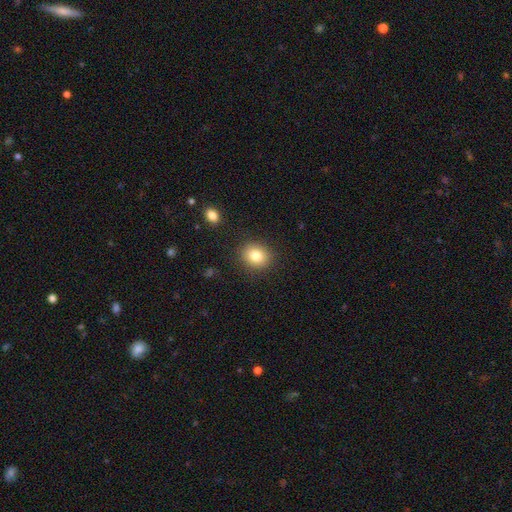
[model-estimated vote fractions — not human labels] The model was most divided on "how rounded": round: 70%, in between: 29%, cigar-shaped: 1%. More confident: merging — none (88%); smooth or featured — smooth (80%).